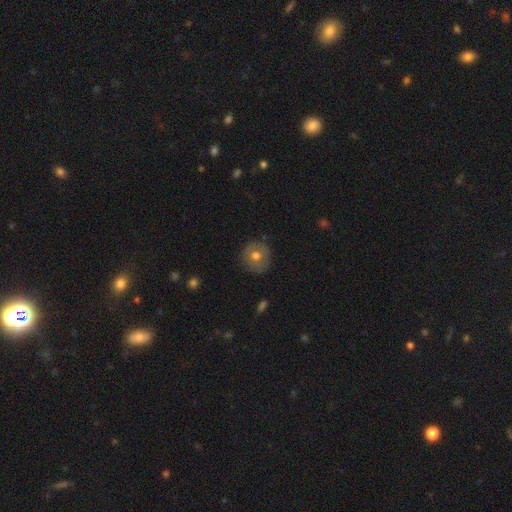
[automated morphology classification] smooth 63%, featured or disk 28%, star or artifact 9%. Down the decision tree: how rounded — round (91%); merging — none (83%).